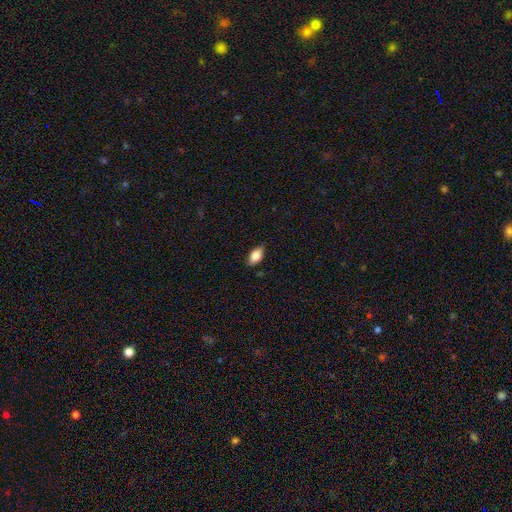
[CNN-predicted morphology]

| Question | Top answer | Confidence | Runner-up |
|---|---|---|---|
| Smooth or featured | smooth | 81% | featured or disk (12%) |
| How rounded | in between | 89% | cigar-shaped (6%) |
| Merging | none | 84% | minor disturbance (13%) |